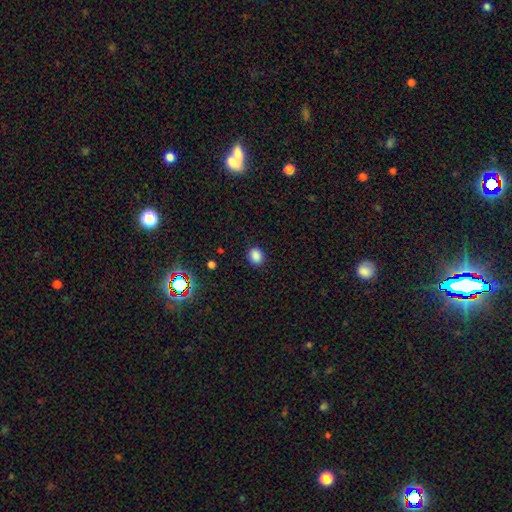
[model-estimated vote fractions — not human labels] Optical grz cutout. It shows a smooth galaxy with no disk features (84%) that is round (55%). Merging: none (88%).